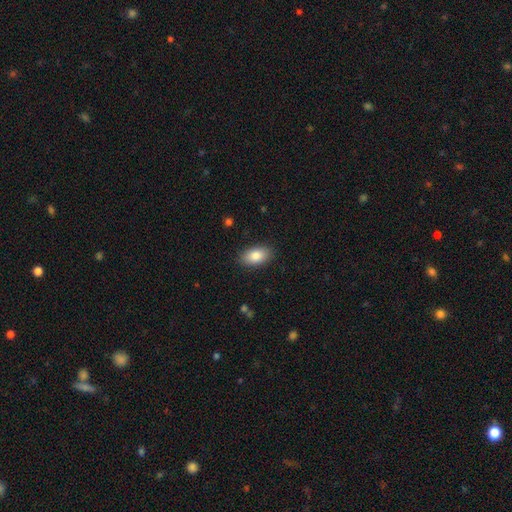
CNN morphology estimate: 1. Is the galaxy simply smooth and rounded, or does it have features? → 85% smooth, 8% featured or disk, 7% star or artifact.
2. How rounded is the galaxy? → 93% in between, 5% round, 3% cigar-shaped.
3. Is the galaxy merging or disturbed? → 88% none, 9% minor disturbance, 2% major disturbance, 1% merger.